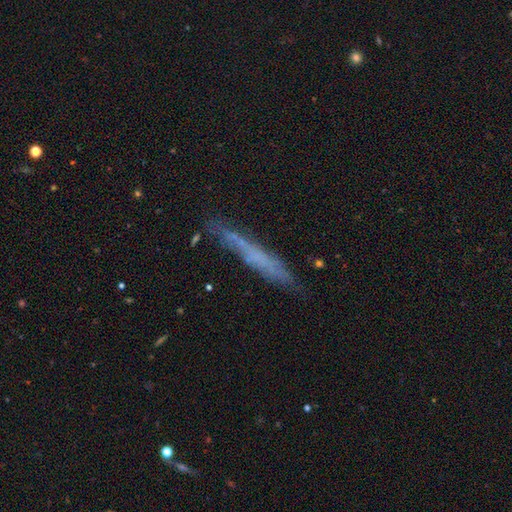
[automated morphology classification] type=featured or disk (46%); merging=none (75%).